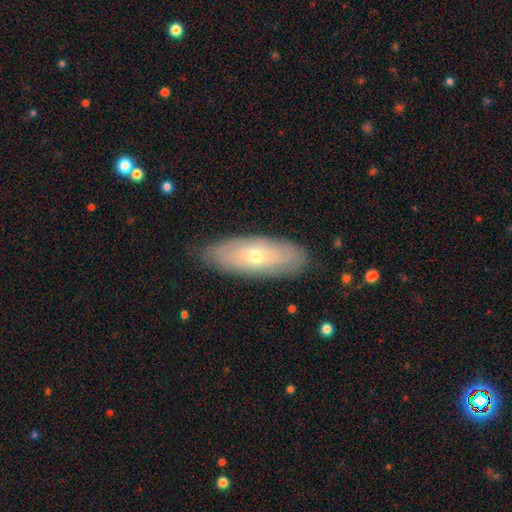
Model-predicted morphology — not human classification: smooth_or_featured: smooth (p=0.47) [alt: featured or disk p=0.46]
merging: none (p=0.83) [alt: minor disturbance p=0.13]